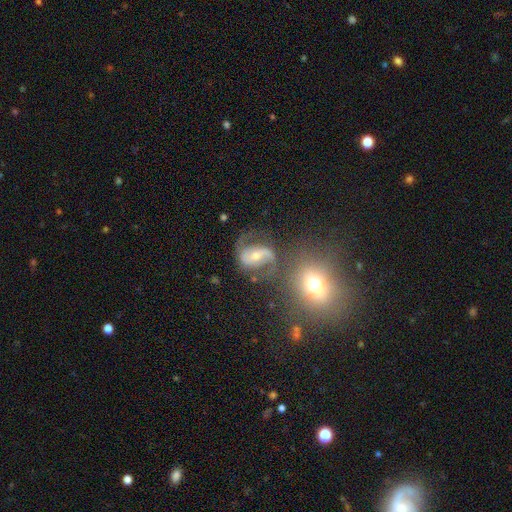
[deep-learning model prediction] The model was most divided on "bar": weak: 38%, strong: 33%, no: 29%. Remaining: edge-on disk — no (97%); spiral arms — yes (94%); spiral arm count — 2 (89%); smooth or featured — featured or disk (81%); merging — none (57%); bulge size — moderate (55%); spiral winding — medium (50%).